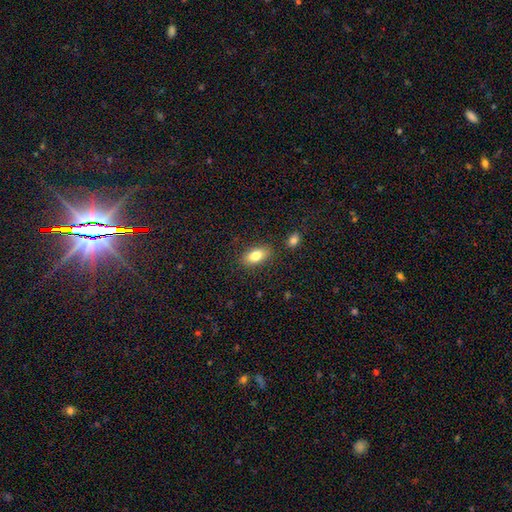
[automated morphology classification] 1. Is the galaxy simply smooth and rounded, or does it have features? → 82% smooth, 11% featured or disk, 7% star or artifact.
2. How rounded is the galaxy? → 90% in between, 6% cigar-shaped, 5% round.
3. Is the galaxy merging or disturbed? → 84% none, 10% minor disturbance, 3% merger, 3% major disturbance.